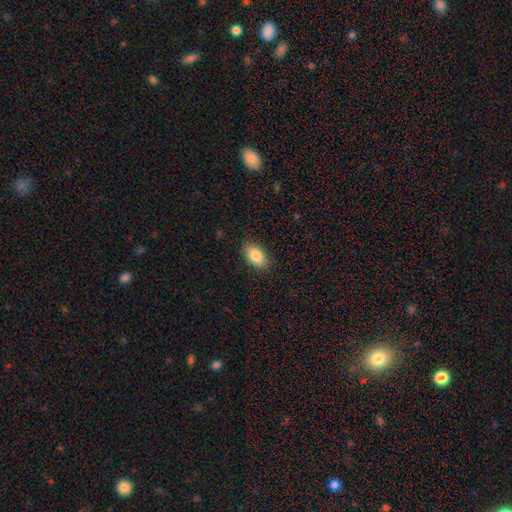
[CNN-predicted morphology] This is clearly a smooth galaxy (86%). How rounded: clearly in between (90%). Merging: clearly none (84%).